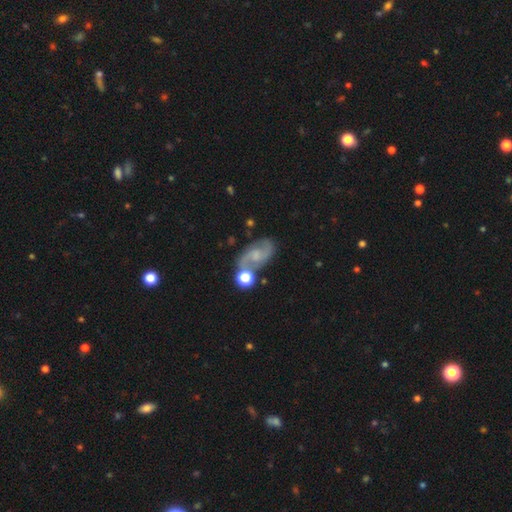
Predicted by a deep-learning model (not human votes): Smooth or featured? Predicted: featured or disk (p=0.81). Edge-on disk? Predicted: no (p=0.97). Bar? Predicted: no (p=0.52). Spiral arms? Predicted: yes (p=0.95). Spiral winding? Predicted: medium (p=0.52). Spiral arm count? Predicted: 2 (p=0.91). Bulge size? Predicted: small (p=0.52). Merging? Predicted: none (p=0.68).